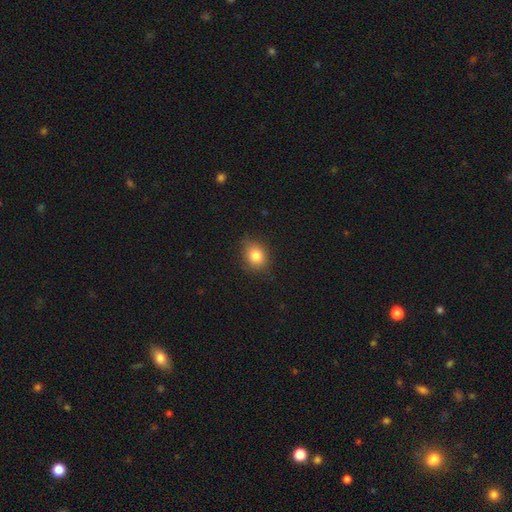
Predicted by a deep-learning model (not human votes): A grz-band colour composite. It shows a smooth galaxy with no disk features (83%) that is round (60%). Merging: none (83%).